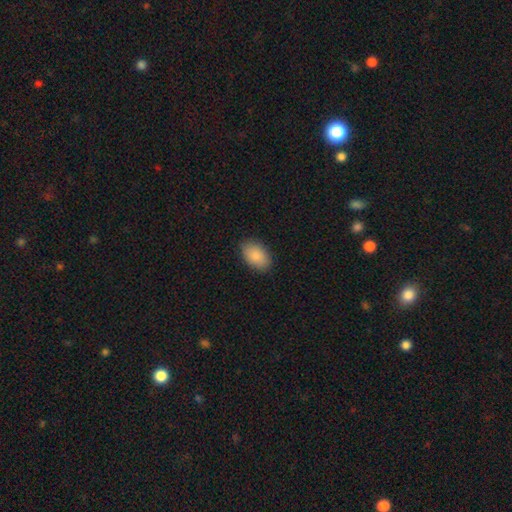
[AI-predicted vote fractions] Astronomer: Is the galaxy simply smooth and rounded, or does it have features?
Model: smooth — 88%.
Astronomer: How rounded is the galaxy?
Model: in between — 91%.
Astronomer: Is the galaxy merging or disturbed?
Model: none — 87%.